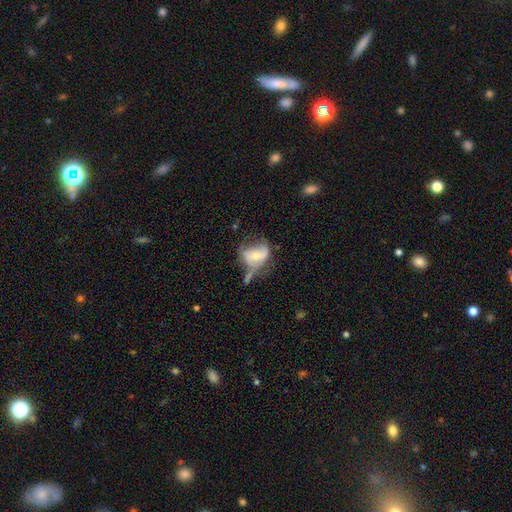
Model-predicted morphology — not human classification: Q: Smooth or featured?
A: featured or disk (46%); runner-up: smooth (45%)
Q: Merging?
A: major disturbance (33%); runner-up: none (26%)